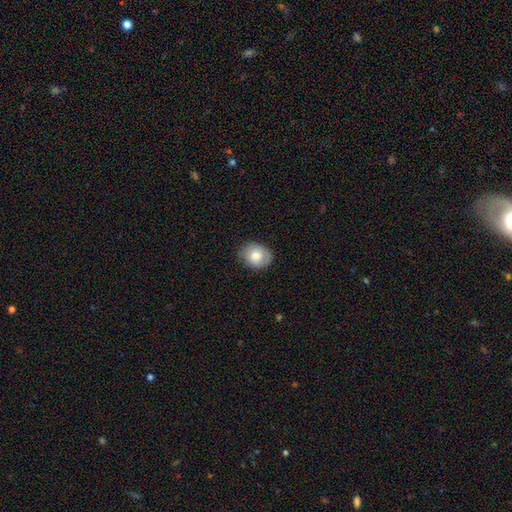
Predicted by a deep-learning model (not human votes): Morphology: type=smooth (75%); roundness=round (52%); merging=none (81%).